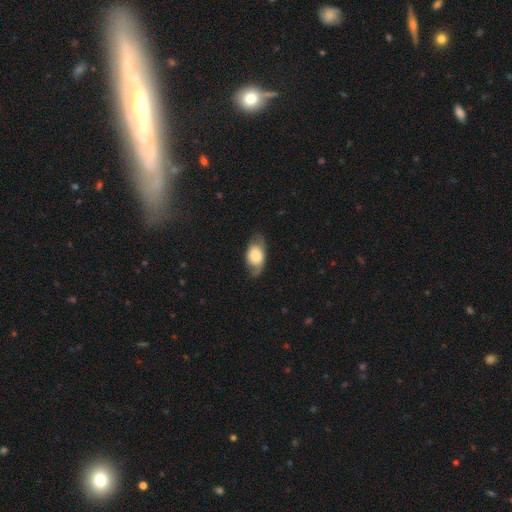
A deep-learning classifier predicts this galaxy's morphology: Smooth or featured: smooth — 65% (featured or disk — 28%)
How rounded: in between — 87% (round — 10%)
Merging: none — 66% (minor disturbance — 25%)